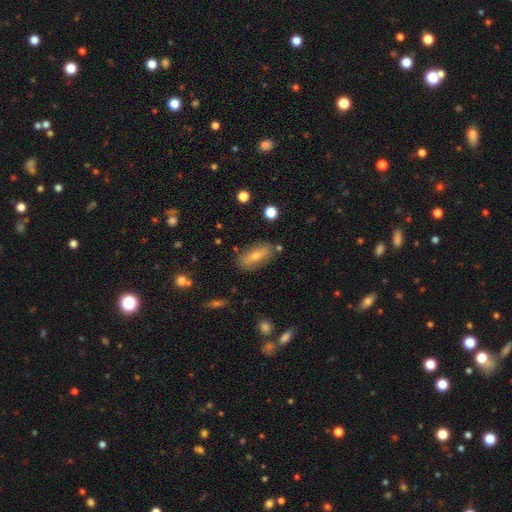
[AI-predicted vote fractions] Smooth or featured? featured or disk (47%)
Merging? none (82%)